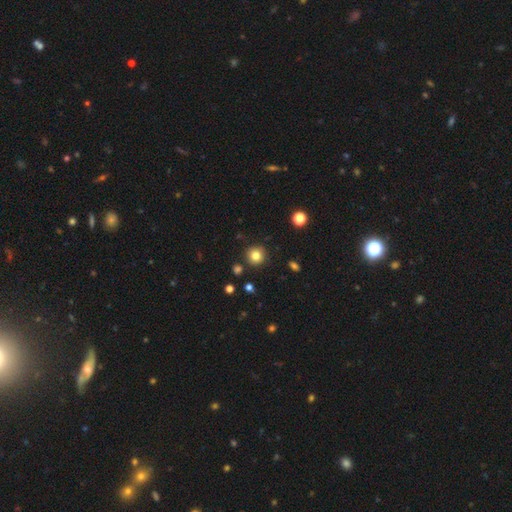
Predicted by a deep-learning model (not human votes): A smooth galaxy with no disk features (82%) that is round (93%). Merging: none (88%).